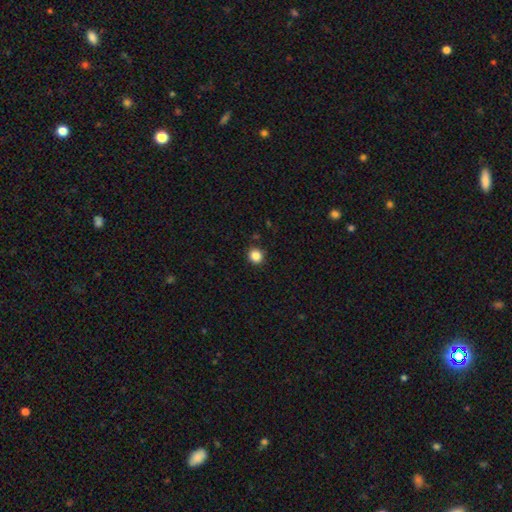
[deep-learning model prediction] Q: Smooth or featured?
A: smooth (85%); runner-up: star or artifact (11%)
Q: How rounded?
A: round (90%); runner-up: in between (9%)
Q: Merging?
A: none (91%); runner-up: minor disturbance (6%)